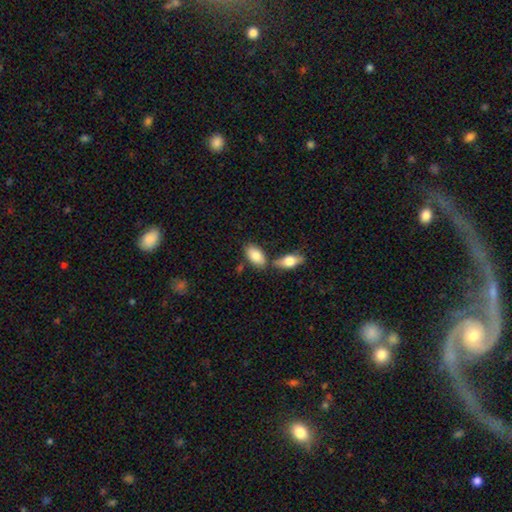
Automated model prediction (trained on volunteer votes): This appears to be a smooth galaxy with no disk features (81%) that is in between round and cigar-shaped (93%). Merging: none (58%).